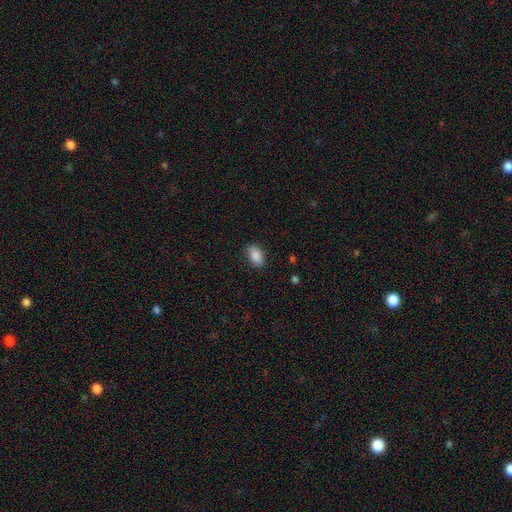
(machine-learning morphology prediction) This is clearly a smooth galaxy (88%). How rounded: clearly in between (91%). Merging: clearly none (85%).